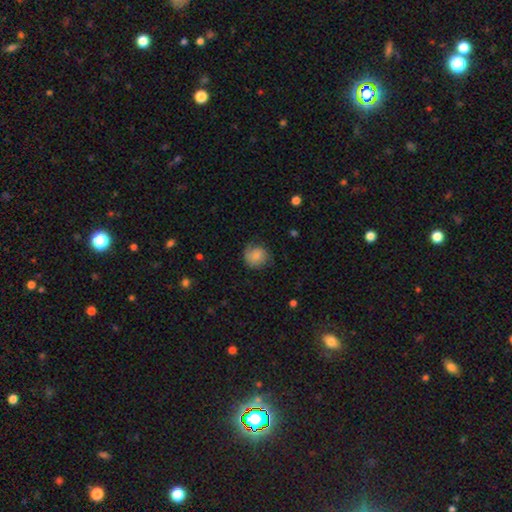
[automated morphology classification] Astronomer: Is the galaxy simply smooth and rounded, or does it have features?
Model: smooth — 76%.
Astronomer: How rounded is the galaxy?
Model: round — 86%.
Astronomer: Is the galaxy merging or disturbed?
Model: none — 68%.